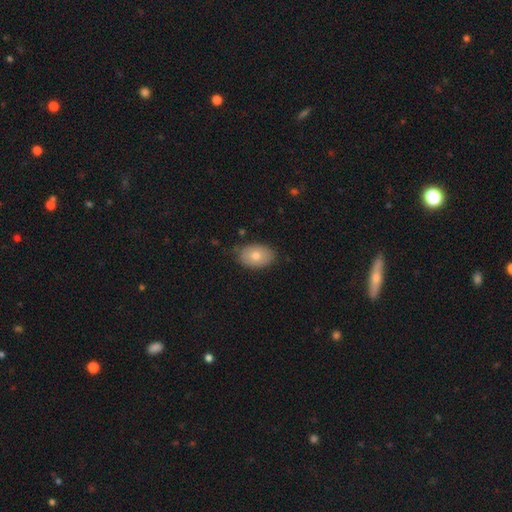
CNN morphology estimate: A smooth galaxy with no disk features (77%) that is in between round and cigar-shaped (86%).

Vote fractions:
- Smooth or featured? smooth: 77% / featured or disk: 16% / star or artifact: 7%
- How rounded? in between: 86% / round: 13% / cigar-shaped: 1%
- Merging? none: 79% / minor disturbance: 17% / major disturbance: 3% / merger: 1%